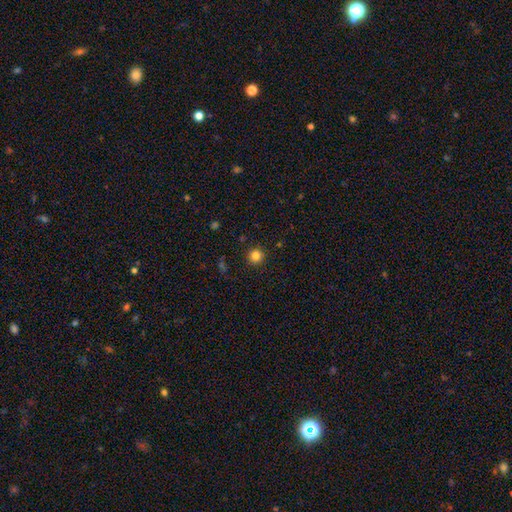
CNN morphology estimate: This is clearly a smooth galaxy (83%). How rounded: clearly round (95%). Merging: clearly none (92%).